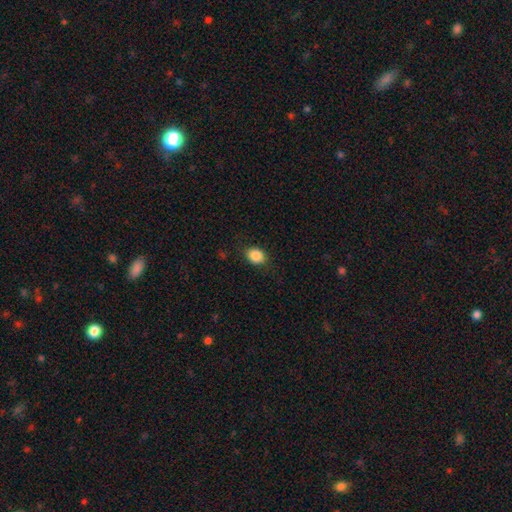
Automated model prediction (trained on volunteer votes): Morphology: type=smooth (87%); roundness=in between (56%); merging=none (85%).